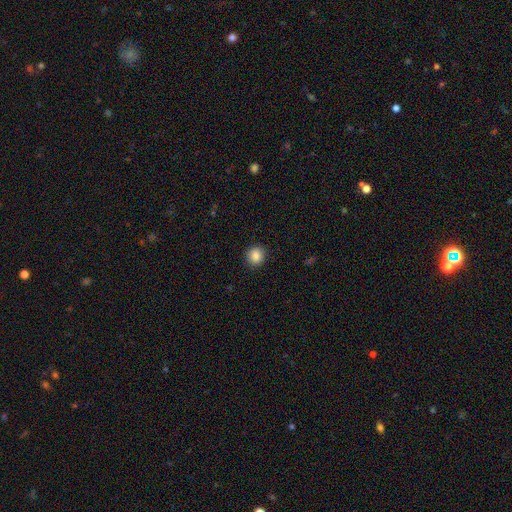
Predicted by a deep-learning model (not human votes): Smooth or featured? Predicted: smooth (p=0.86). How rounded? Predicted: round (p=0.91). Merging? Predicted: none (p=0.91).